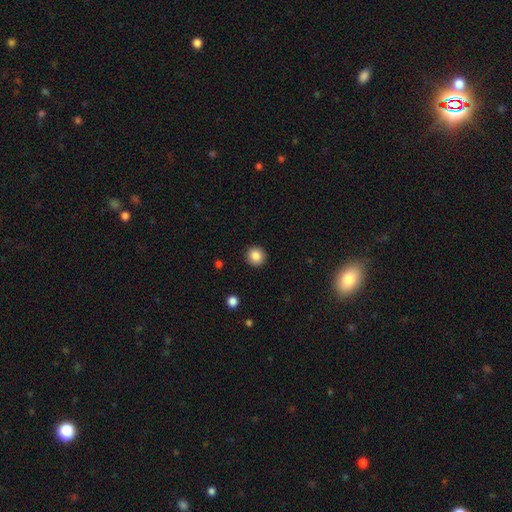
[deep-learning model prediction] Smooth or featured? Predicted: smooth (p=0.86). How rounded? Predicted: round (p=0.92). Merging? Predicted: none (p=0.92).